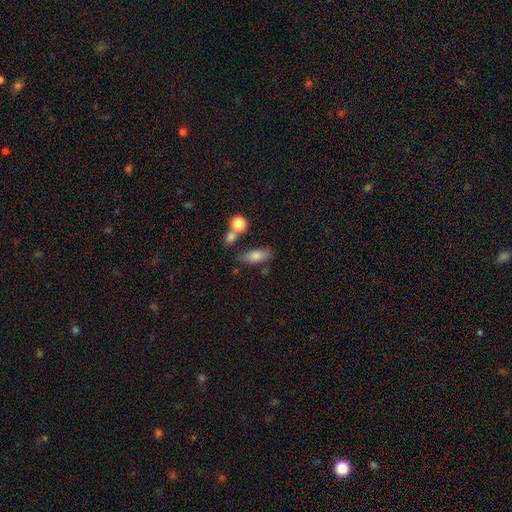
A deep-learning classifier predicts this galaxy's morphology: type=smooth (77%); roundness=in between (73%); merging=none (67%).